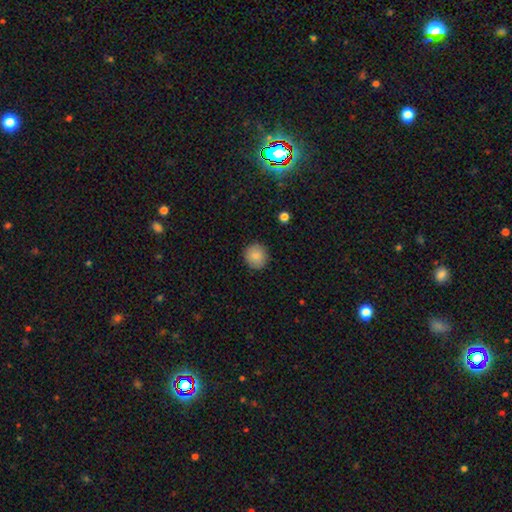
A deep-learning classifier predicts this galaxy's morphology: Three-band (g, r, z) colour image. It shows a smooth galaxy with no disk features (86%) that is round (90%). Merging: none (89%).